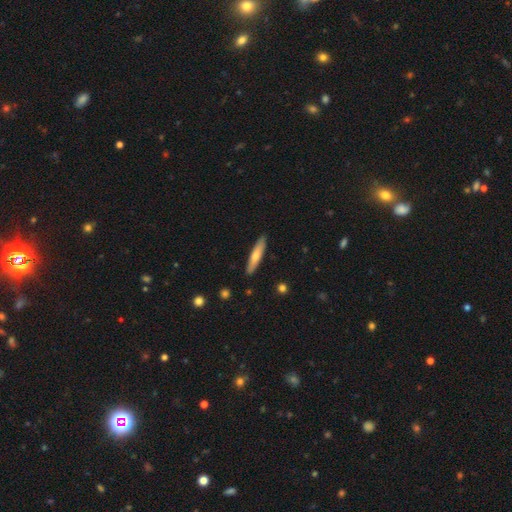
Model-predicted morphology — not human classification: Smooth or featured?
  - smooth: 64% *
  - featured or disk: 30%
  - star or artifact: 5%
How rounded?
  - cigar-shaped: 87% *
  - in between: 12%
  - round: 1%
Merging?
  - none: 89% *
  - minor disturbance: 8%
  - major disturbance: 2%
  - merger: 1%